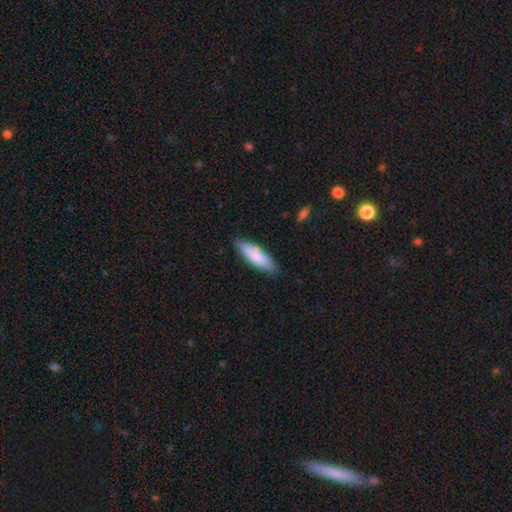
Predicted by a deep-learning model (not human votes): Morphology: type=smooth (81%); roundness=in between (49%, tied with cigar-shaped); merging=none (78%).